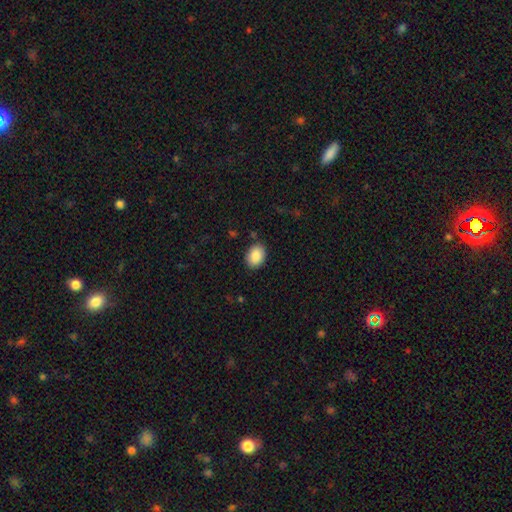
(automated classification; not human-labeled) This appears to be a smooth galaxy with no disk features (89%) that is in between round and cigar-shaped (72%). Merging: none (86%).